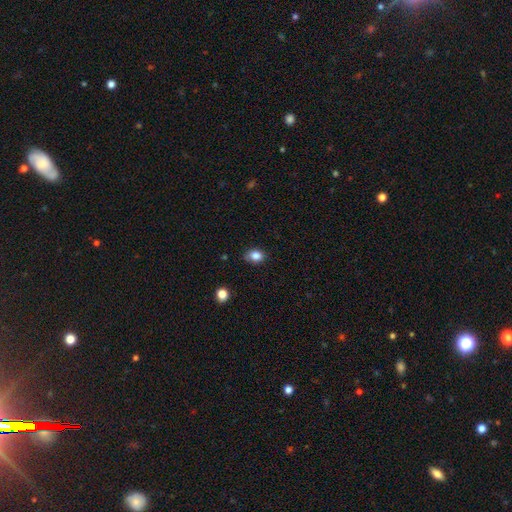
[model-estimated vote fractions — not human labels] Smooth or featured?
  - smooth: 84% *
  - star or artifact: 11%
  - featured or disk: 5%
How rounded?
  - in between: 51% *
  - round: 48%
  - cigar-shaped: 1%
Merging?
  - none: 75% *
  - minor disturbance: 20%
  - major disturbance: 3%
  - merger: 2%